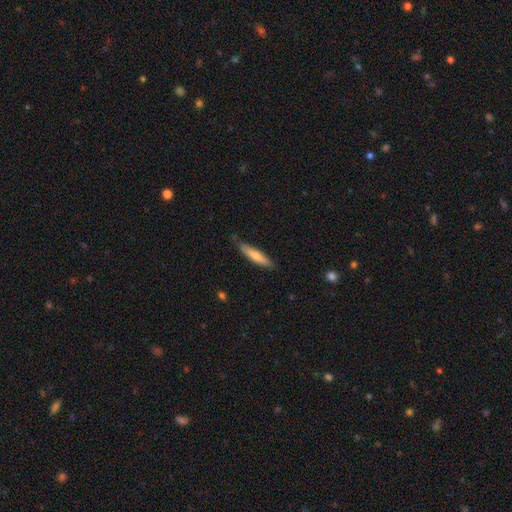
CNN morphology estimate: smooth_or_featured: smooth (p=0.71) [alt: featured or disk p=0.24]
how_rounded: cigar-shaped (p=0.84) [alt: in between p=0.14]
merging: none (p=0.79) [alt: minor disturbance p=0.17]